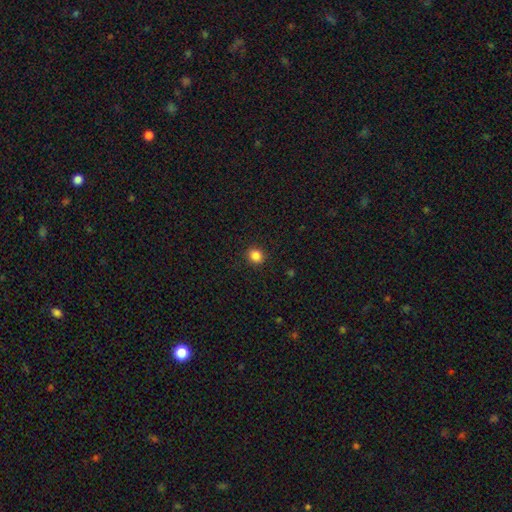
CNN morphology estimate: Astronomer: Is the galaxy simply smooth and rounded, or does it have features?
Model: smooth — 86%.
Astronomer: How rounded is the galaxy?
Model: round — 82%.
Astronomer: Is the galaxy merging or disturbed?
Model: none — 92%.